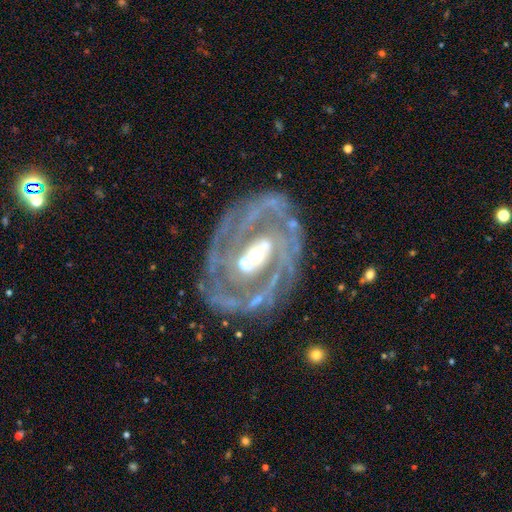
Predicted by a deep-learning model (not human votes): A featured or disk galaxy (87%) with no bar (50%), 2 (46%) tight (49%) spiral arms (86%) and a moderate central bulge (63%). Merging: none (63%).